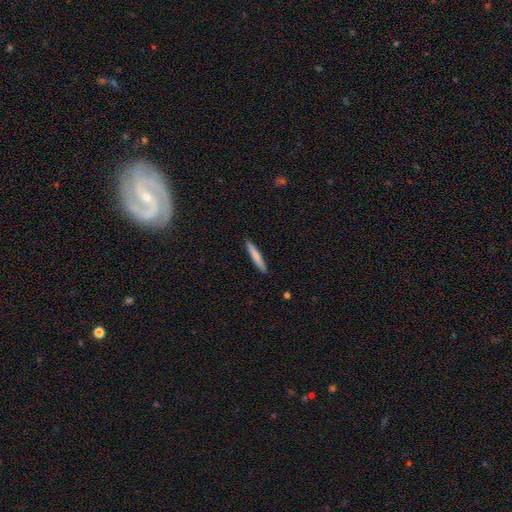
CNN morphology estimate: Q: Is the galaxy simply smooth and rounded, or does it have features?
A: smooth — 74%.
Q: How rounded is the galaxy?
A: cigar-shaped — 95%.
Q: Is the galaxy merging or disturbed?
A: none — 92%.